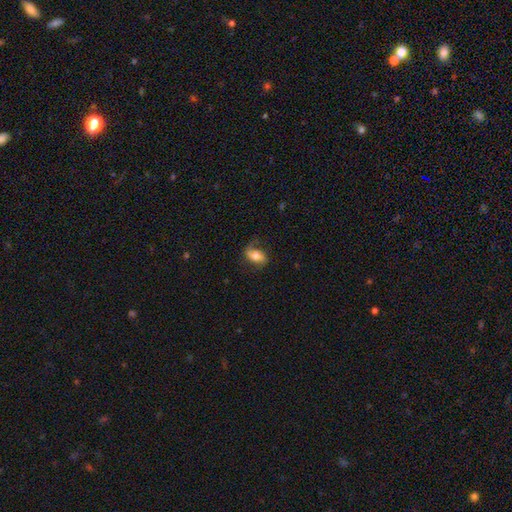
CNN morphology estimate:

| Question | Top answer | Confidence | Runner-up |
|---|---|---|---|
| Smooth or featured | featured or disk | 47% | smooth (44%) |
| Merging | none | 56% | minor disturbance (25%) |